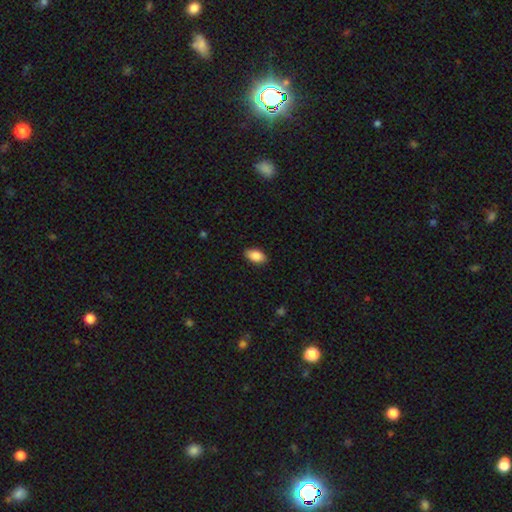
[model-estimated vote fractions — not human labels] This is clearly a smooth galaxy (87%). How rounded: clearly in between (93%). Merging: clearly none (88%).